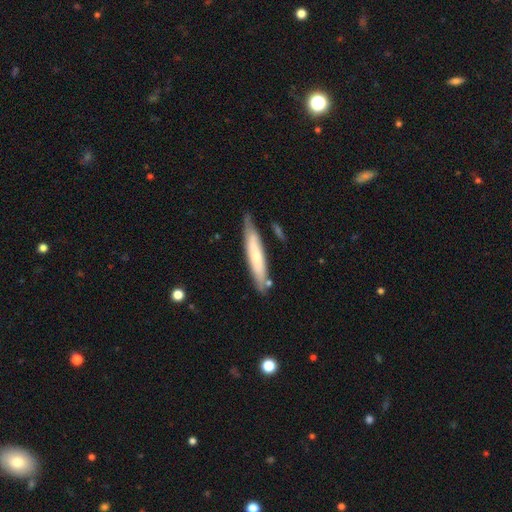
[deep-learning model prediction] This appears to be a smooth galaxy with no disk features (52%) that is cigar-shaped (89%). Merging: none (76%).